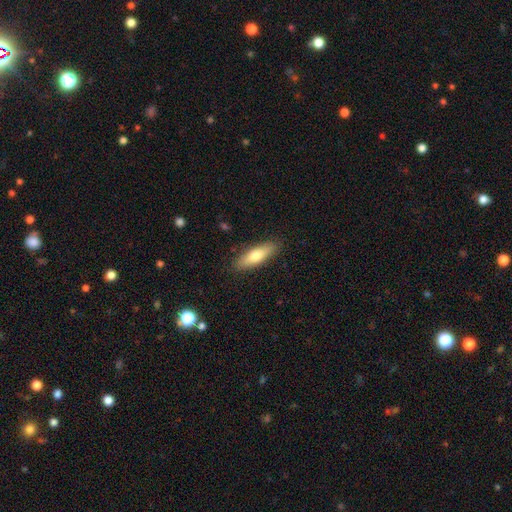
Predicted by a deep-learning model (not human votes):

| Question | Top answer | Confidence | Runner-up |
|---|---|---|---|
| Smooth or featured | smooth | 69% | featured or disk (25%) |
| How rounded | cigar-shaped | 52% | in between (45%) |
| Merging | none | 87% | minor disturbance (10%) |